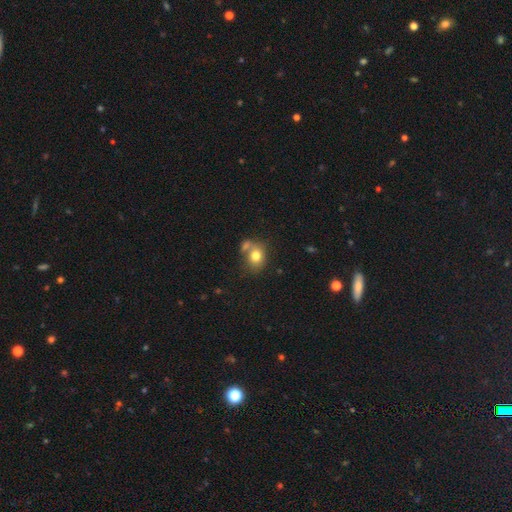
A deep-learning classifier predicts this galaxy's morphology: Smooth or featured? Predicted: smooth (p=0.77). How rounded? Predicted: round (p=0.59). Merging? Predicted: none (p=0.46).